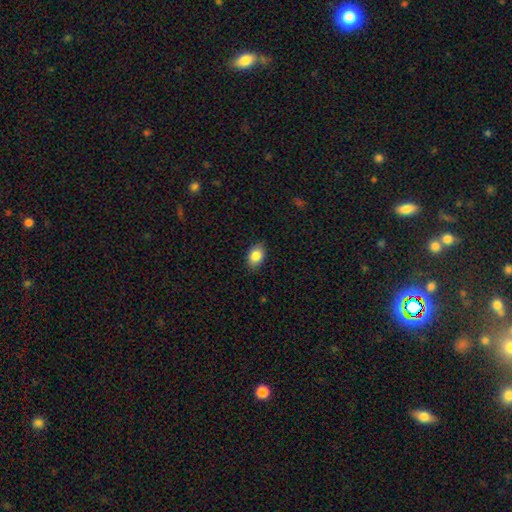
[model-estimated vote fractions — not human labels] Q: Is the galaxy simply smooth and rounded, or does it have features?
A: smooth — 85%.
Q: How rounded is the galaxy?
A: in between — 81%.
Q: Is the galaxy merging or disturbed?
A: none — 86%.